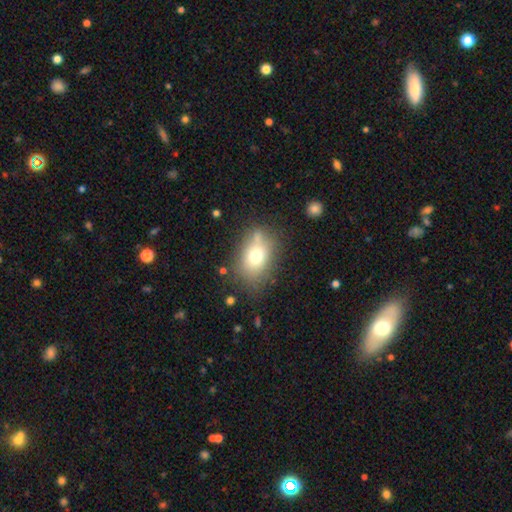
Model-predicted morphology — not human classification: Smooth or featured: smooth — 70% (featured or disk — 19%)
How rounded: in between — 73% (round — 25%)
Merging: none — 66% (minor disturbance — 19%)